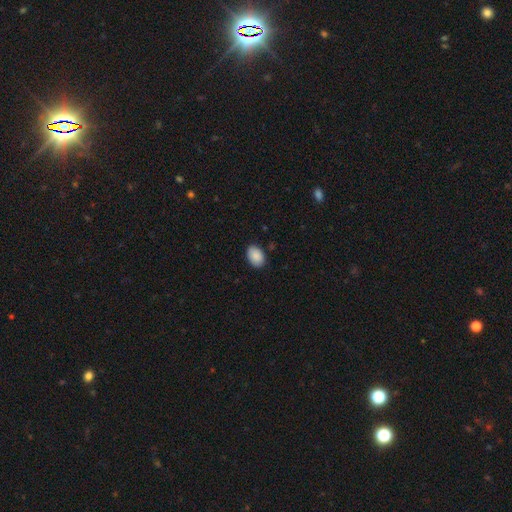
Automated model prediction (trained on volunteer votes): A smooth galaxy with no disk features (89%) that is in between round and cigar-shaped (84%). Merging: none (85%).